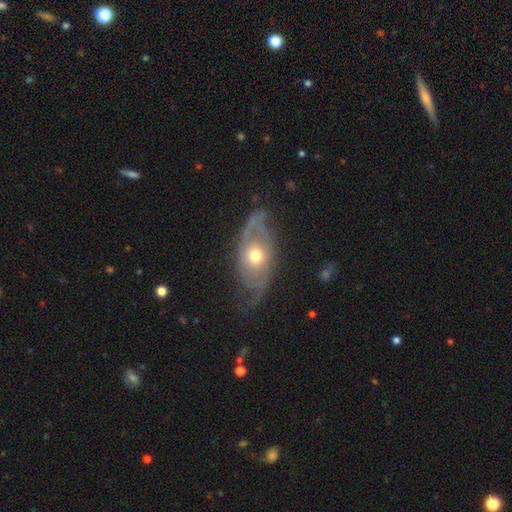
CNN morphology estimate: Overall: featured or disk (71%). Edge-on disk: no (88%). Bar: no (81%). Spiral arms: yes (70%; no 30%). Bulge size: moderate (68%). Merging: none (61%; minor disturbance 22%).